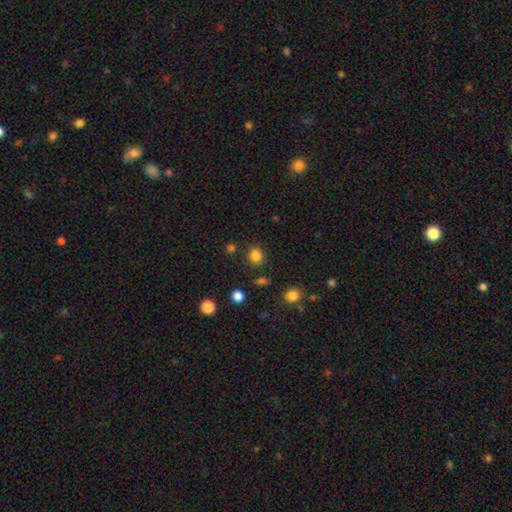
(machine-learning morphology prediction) type=smooth (83%); roundness=round (75%); merging=none (85%).